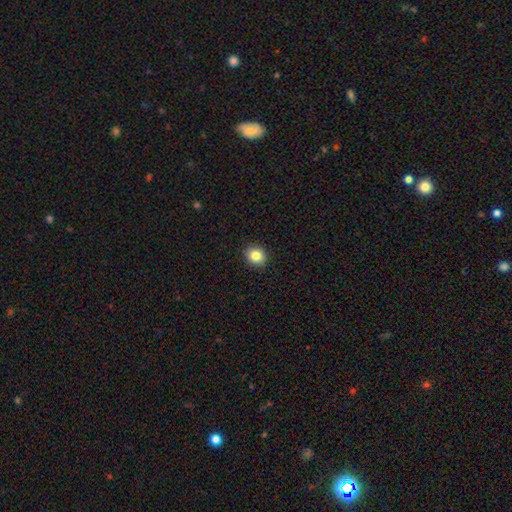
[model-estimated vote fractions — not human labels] Morphology: type=smooth (84%); roundness=round (77%); merging=none (92%).